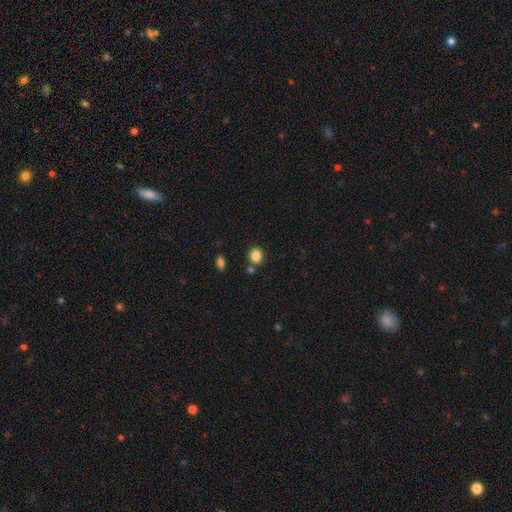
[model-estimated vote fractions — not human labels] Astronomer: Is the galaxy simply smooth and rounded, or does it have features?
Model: smooth — 85%.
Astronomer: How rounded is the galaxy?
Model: round — 67%.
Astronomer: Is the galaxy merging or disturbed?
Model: none — 78%.